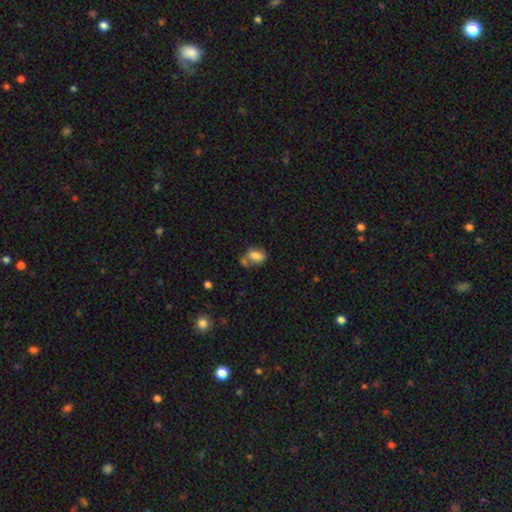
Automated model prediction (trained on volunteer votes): This is likely a smooth galaxy (77%). How rounded: clearly in between (83%). Merging: possibly none (46%).